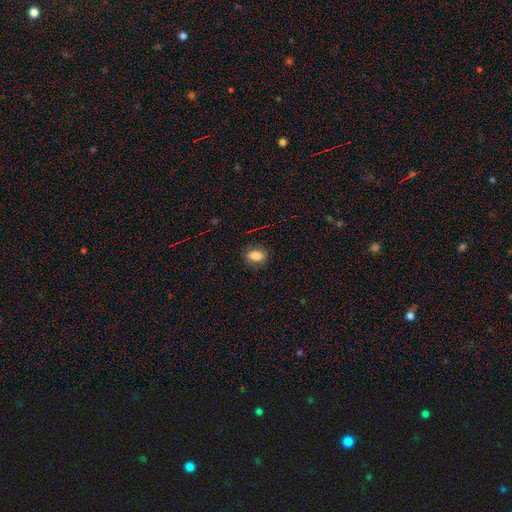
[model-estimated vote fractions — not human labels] A smooth galaxy with no disk features (83%) that is in between round and cigar-shaped (77%).

Vote fractions:
- Smooth or featured? smooth: 83% / star or artifact: 9% / featured or disk: 8%
- How rounded? in between: 77% / round: 21% / cigar-shaped: 2%
- Merging? none: 83% / minor disturbance: 13% / major disturbance: 3% / merger: 1%